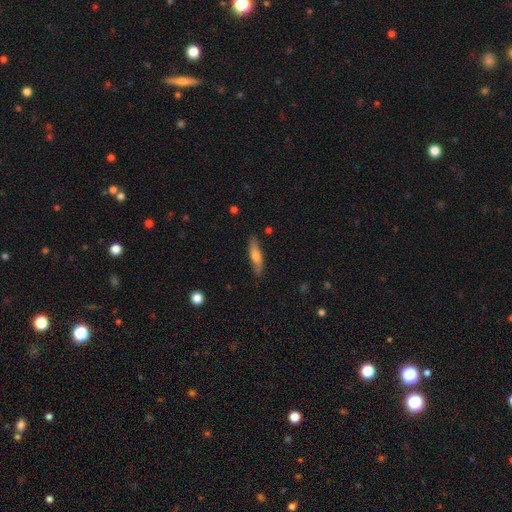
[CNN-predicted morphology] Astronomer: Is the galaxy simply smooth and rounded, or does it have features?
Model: smooth — 60%.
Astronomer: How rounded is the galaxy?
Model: cigar-shaped — 75%.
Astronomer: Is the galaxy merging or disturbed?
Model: none — 84%.